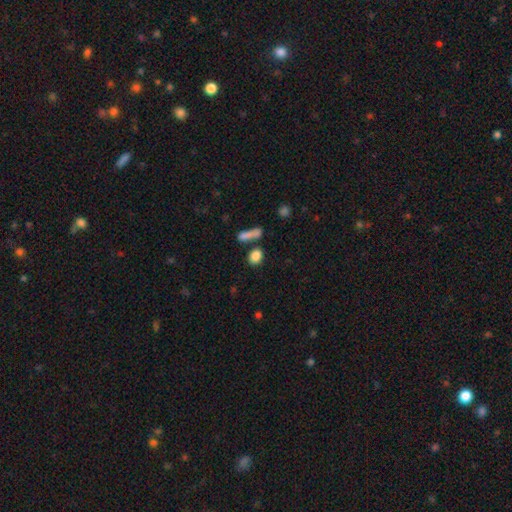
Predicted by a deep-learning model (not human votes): A smooth galaxy with no disk features (84%) that is in between round and cigar-shaped (58%). Merging: none (64%).